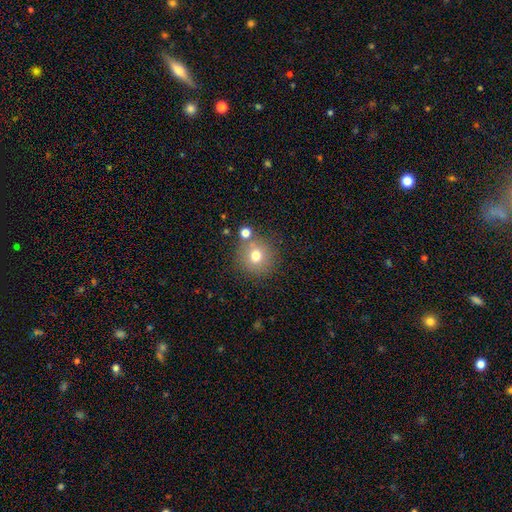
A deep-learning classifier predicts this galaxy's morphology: A smooth galaxy with no disk features (72%) that is round (91%). Merging: none (75%).